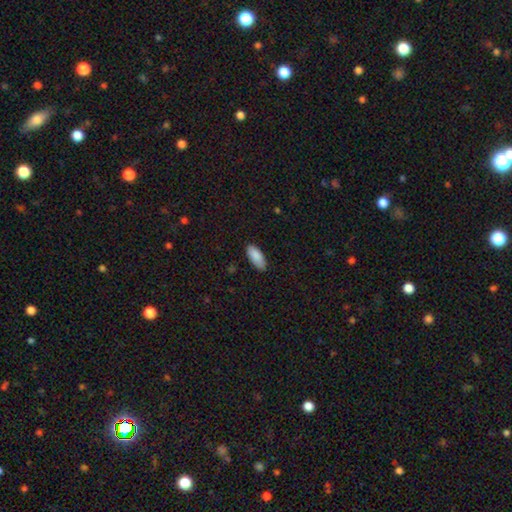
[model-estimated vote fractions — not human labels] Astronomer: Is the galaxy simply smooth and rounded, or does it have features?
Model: smooth — 89%.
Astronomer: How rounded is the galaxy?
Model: in between — 84%.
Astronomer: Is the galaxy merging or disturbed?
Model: none — 84%.